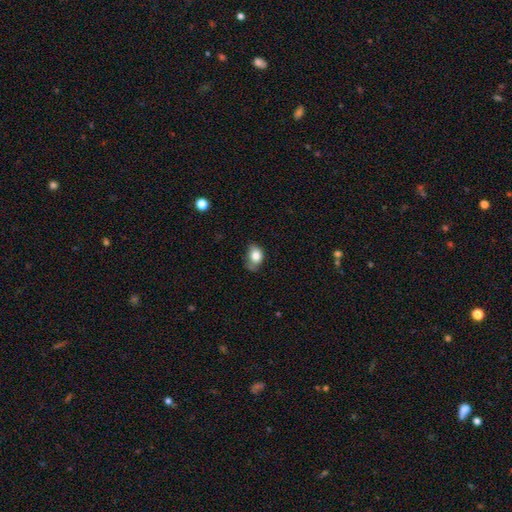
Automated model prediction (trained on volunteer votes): A smooth galaxy with no disk features (80%) that is in between round and cigar-shaped (65%). Merging: none (43%).